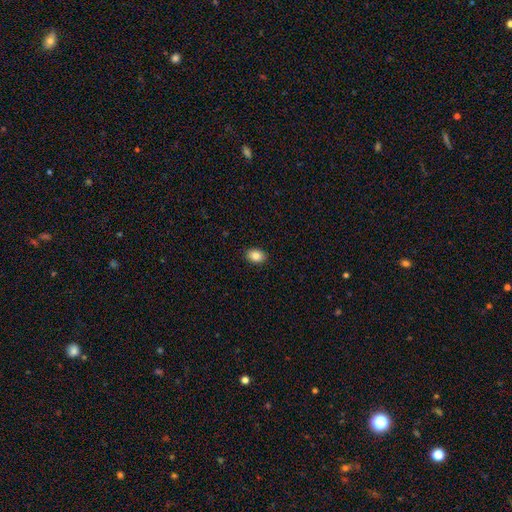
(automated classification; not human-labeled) smooth 85%, star or artifact 8%, featured or disk 6%. Down the decision tree: how rounded — in between (81%); merging — none (90%).